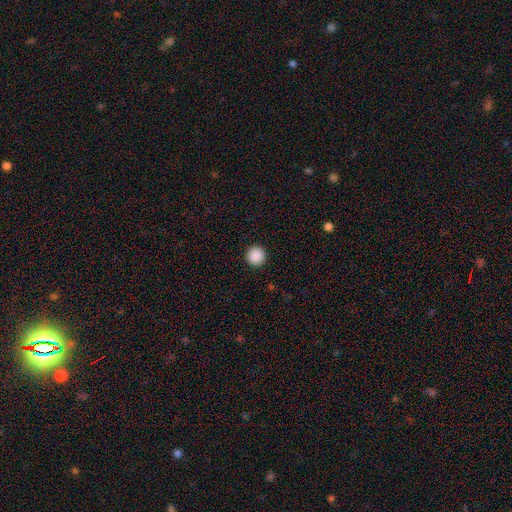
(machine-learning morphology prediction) A smooth galaxy with no disk features (89%) that is round (95%).

Vote fractions:
- Smooth or featured? smooth: 89% / star or artifact: 8% / featured or disk: 2%
- How rounded? round: 95% / in between: 4% / cigar-shaped: 1%
- Merging? none: 93% / minor disturbance: 4% / major disturbance: 2% / merger: 1%